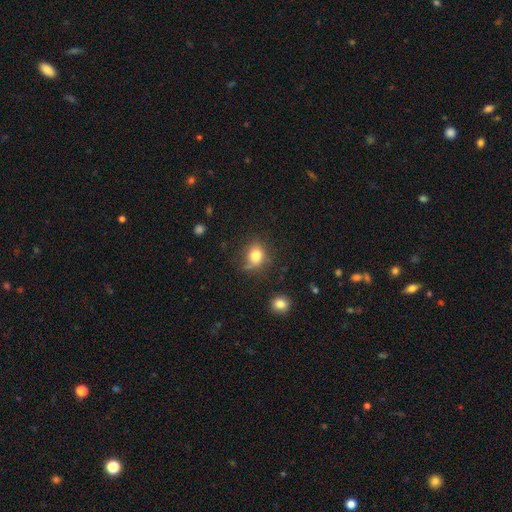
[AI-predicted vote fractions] Smooth or featured? smooth (80%)
How rounded? round (66%)
Merging? none (63%)